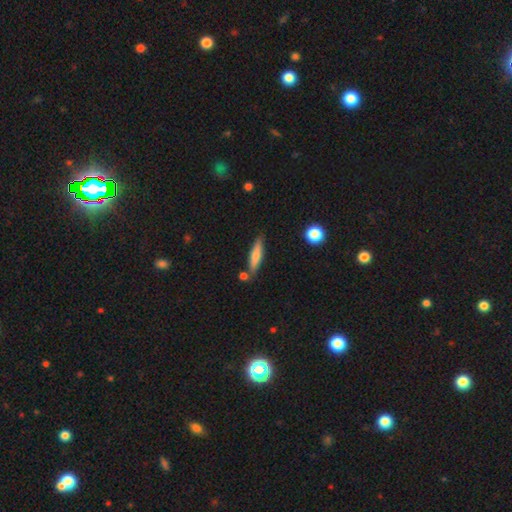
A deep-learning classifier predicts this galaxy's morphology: The model was most divided on "smooth or featured": smooth: 66%, featured or disk: 27%, star or artifact: 6%. More confident: how rounded — cigar-shaped (82%); merging — none (77%).